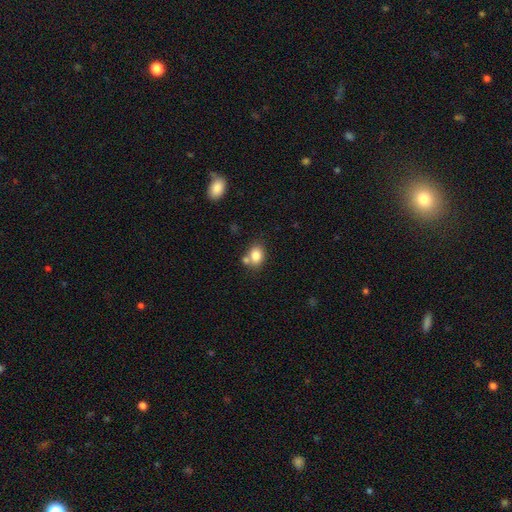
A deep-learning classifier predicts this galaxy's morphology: type=smooth (82%); roundness=in between (56%); merging=none (57%).